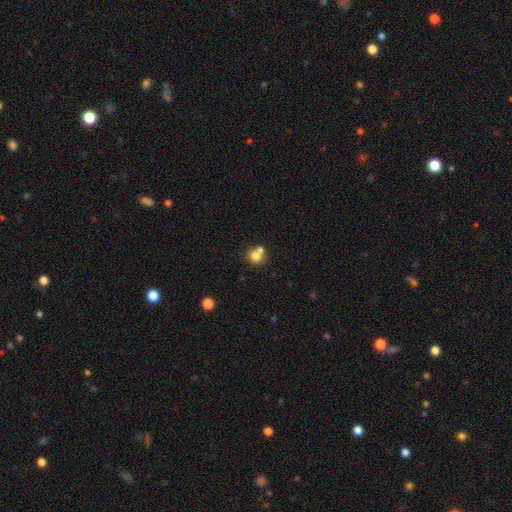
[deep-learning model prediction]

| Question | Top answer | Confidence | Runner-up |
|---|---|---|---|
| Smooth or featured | smooth | 77% | star or artifact (12%) |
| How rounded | round | 87% | in between (12%) |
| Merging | none | 51% | merger (39%) |